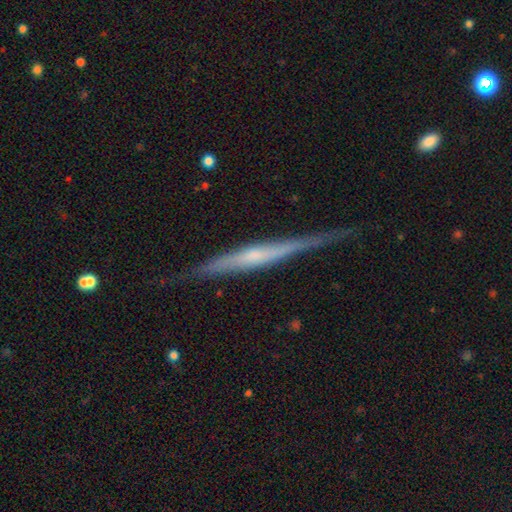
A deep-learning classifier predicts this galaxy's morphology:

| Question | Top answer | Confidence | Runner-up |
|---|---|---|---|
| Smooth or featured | featured or disk | 70% | smooth (24%) |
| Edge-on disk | yes | 97% | no (3%) |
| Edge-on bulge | rounded | 43% | none (42%) |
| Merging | none | 78% | minor disturbance (16%) |